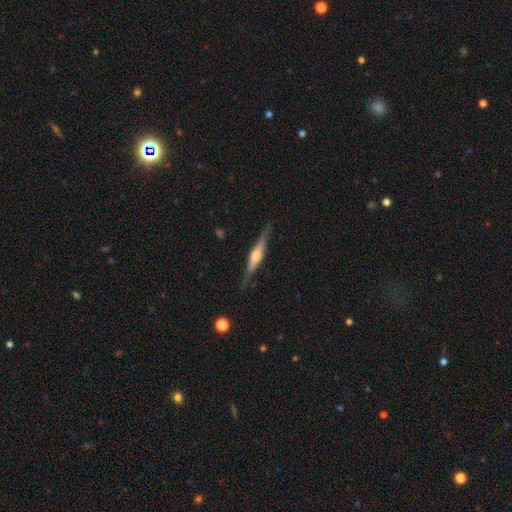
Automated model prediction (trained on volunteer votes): Overall: featured or disk (77%). Edge-on disk: yes (98%). Edge-on bulge: rounded (78%). Merging: none (87%).